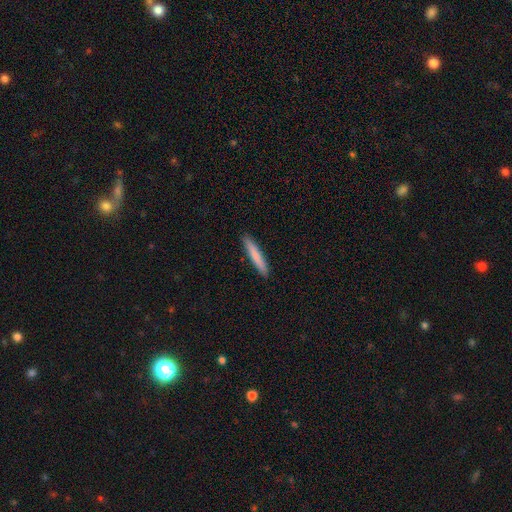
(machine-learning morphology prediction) Smooth or featured: smooth — 78% (featured or disk — 17%)
How rounded: cigar-shaped — 95% (in between — 4%)
Merging: none — 92% (minor disturbance — 6%)